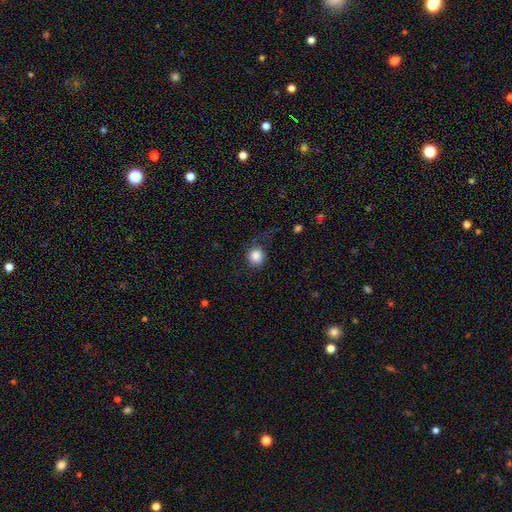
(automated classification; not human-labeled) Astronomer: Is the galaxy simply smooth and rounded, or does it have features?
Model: smooth — 83%.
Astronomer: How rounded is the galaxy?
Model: round — 88%.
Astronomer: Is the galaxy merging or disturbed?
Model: none — 59%.